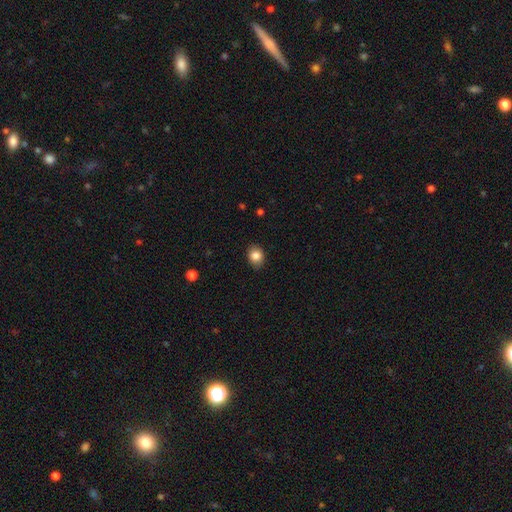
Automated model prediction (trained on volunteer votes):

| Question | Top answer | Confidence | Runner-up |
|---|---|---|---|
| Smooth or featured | smooth | 85% | star or artifact (9%) |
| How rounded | in between | 51% | round (48%) |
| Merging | none | 87% | minor disturbance (10%) |